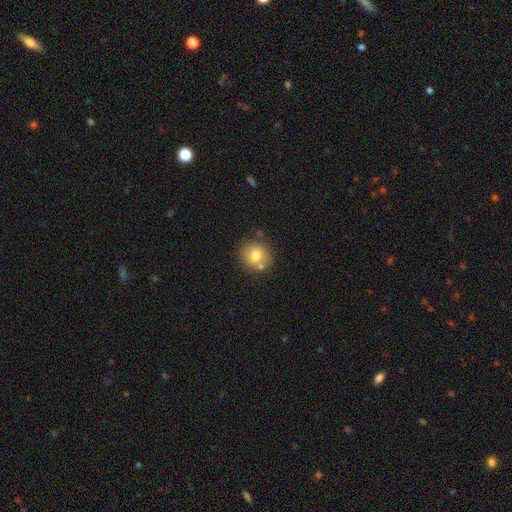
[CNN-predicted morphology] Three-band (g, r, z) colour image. It shows a smooth galaxy with no disk features (74%) that is round (87%). Merging: none (72%).